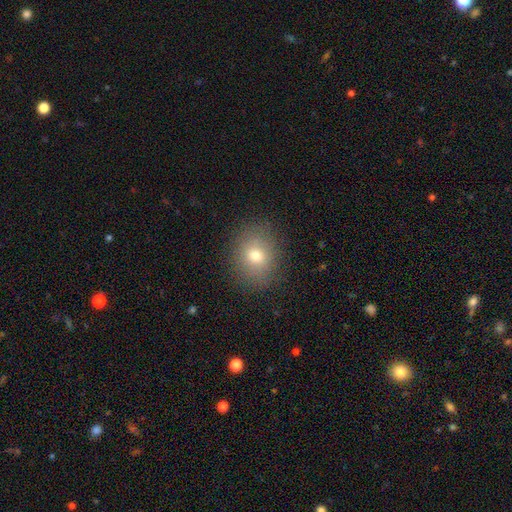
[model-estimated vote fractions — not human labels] Overall: smooth (72%). How rounded: round (61%; in between 38%). Merging: none (86%).